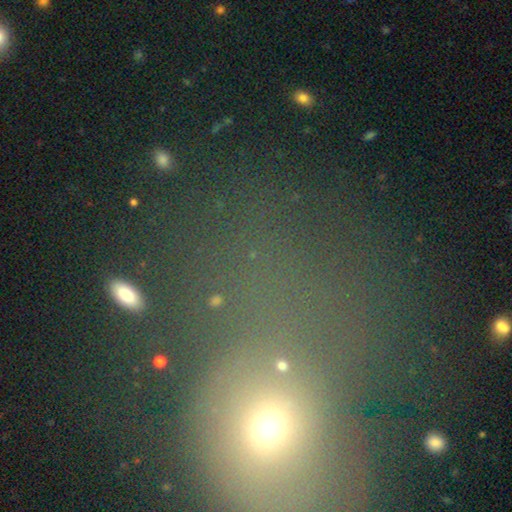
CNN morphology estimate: The model was most divided on "smooth or featured": smooth: 45%, star or artifact: 39%, featured or disk: 16%. Remaining: merging — none (48%).